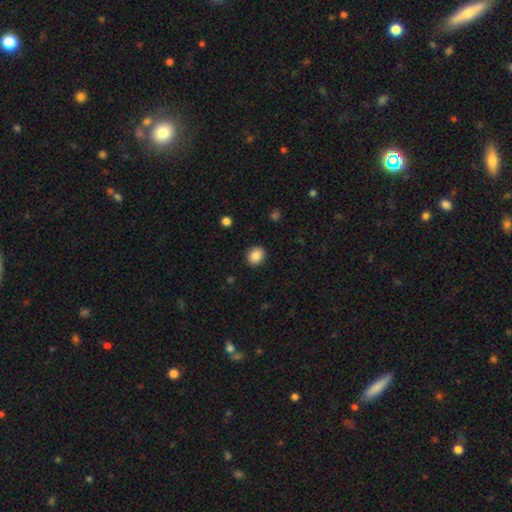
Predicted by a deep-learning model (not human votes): Smooth or featured: smooth — 87% (star or artifact — 9%)
How rounded: round — 69% (in between — 30%)
Merging: none — 91% (minor disturbance — 6%)